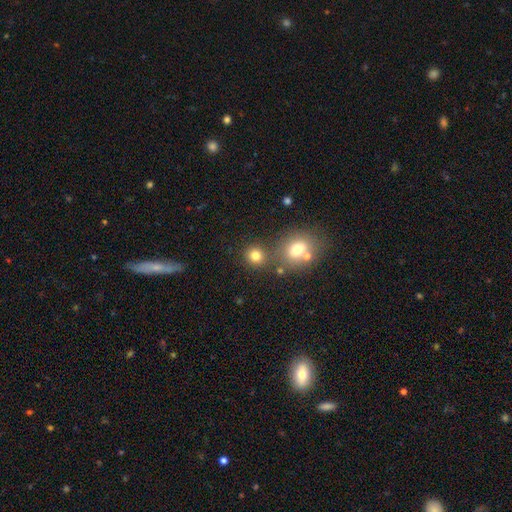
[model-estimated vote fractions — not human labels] A smooth galaxy with no disk features (78%) that is round (85%). Merging: none (69%).